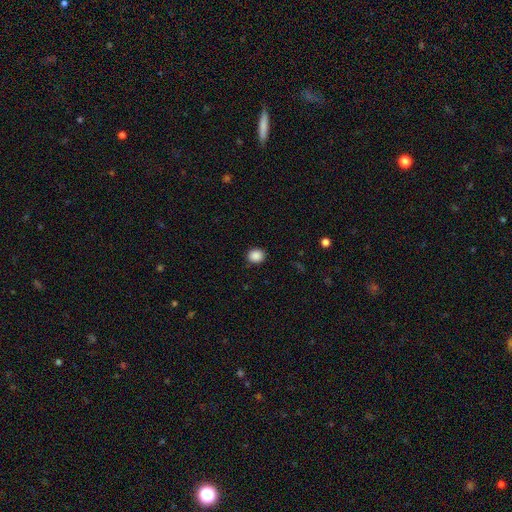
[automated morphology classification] This appears to be a smooth galaxy with no disk features (89%) that is round (66%). Merging: none (90%).